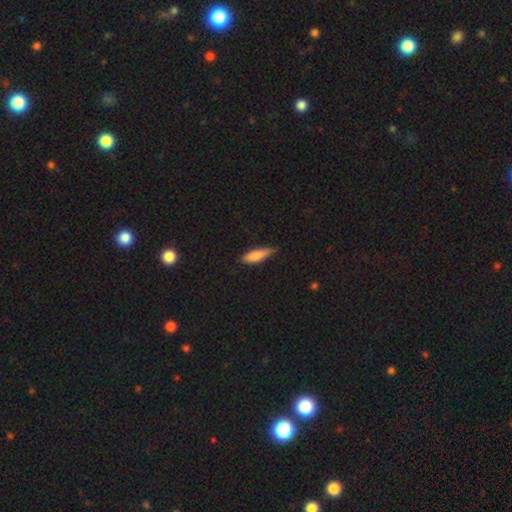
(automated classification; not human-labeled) Overall: smooth (80%). How rounded: cigar-shaped (58%; in between 40%). Merging: none (67%; minor disturbance 28%).